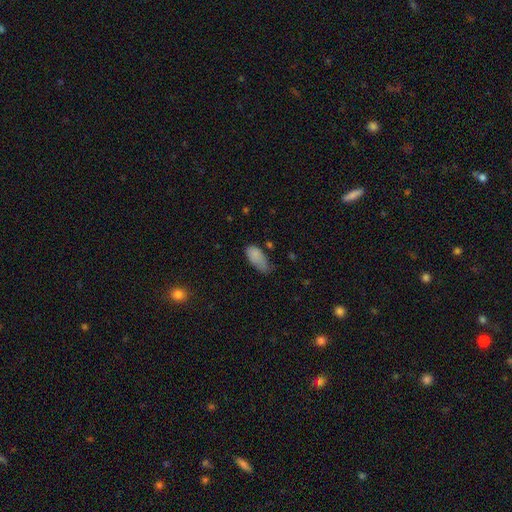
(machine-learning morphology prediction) A smooth galaxy with no disk features (84%) that is in between round and cigar-shaped (92%). Merging: minor disturbance (44%).